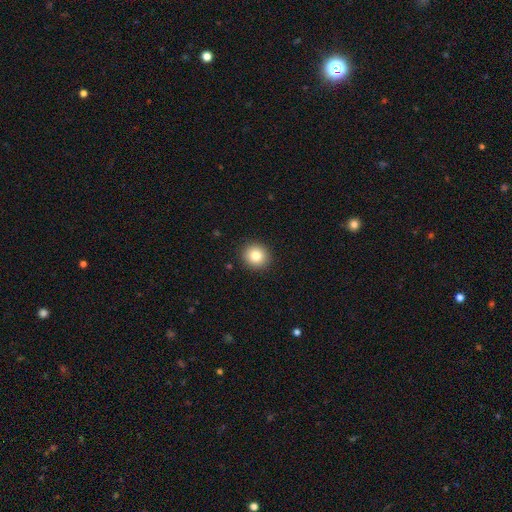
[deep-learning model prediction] This appears to be a smooth galaxy with no disk features (82%) that is round (88%). Merging: none (92%).